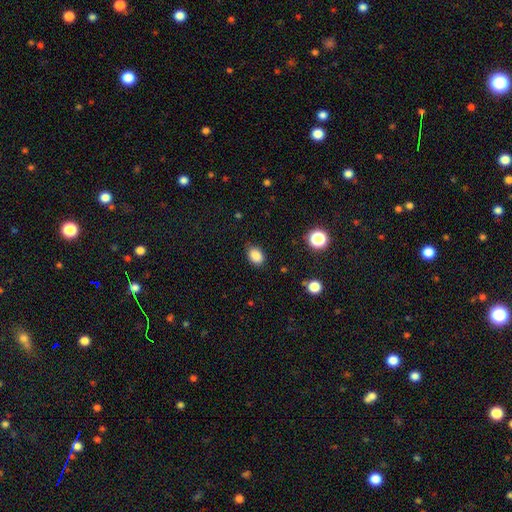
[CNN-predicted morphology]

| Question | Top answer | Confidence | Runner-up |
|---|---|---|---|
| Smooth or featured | smooth | 86% | star or artifact (10%) |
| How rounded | in between | 75% | round (24%) |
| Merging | none | 84% | minor disturbance (12%) |